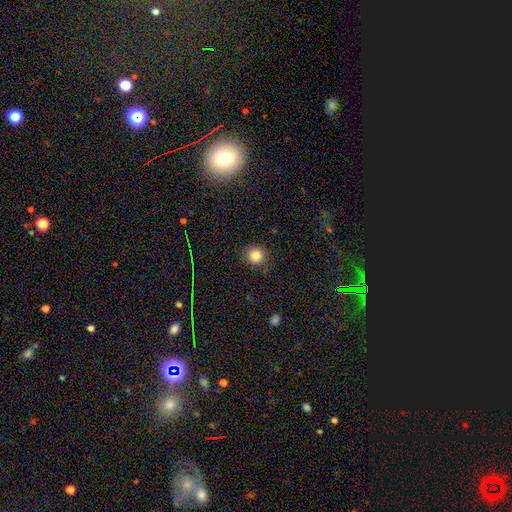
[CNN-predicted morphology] Q: Smooth or featured?
A: smooth (83%); runner-up: star or artifact (12%)
Q: How rounded?
A: round (92%); runner-up: in between (7%)
Q: Merging?
A: none (88%); runner-up: minor disturbance (8%)